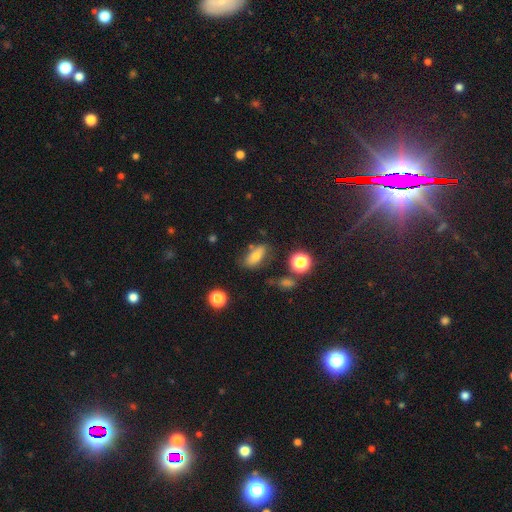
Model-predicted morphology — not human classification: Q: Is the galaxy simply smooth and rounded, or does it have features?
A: smooth — 70%.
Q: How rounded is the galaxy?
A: in between — 78%.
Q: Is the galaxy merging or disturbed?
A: none — 64%.